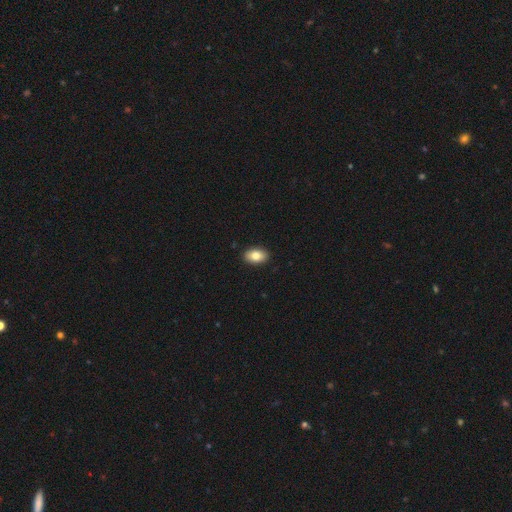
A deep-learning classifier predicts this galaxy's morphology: Smooth or featured? smooth (81%)
How rounded? in between (91%)
Merging? none (91%)